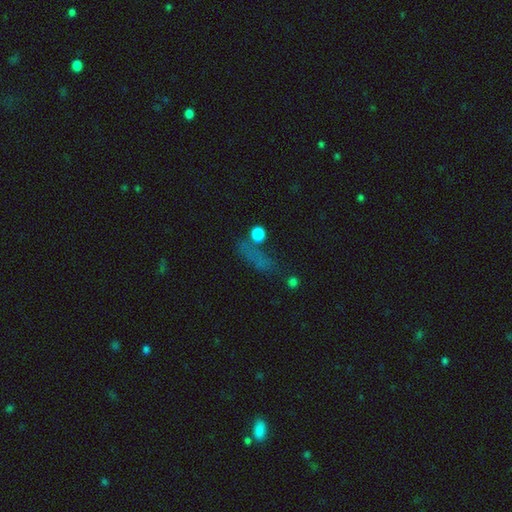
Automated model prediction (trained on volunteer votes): smooth-or-featured: smooth: 44% | star or artifact: 40% | featured or disk: 16%
  merging: none: 48% | major disturbance: 22% | minor disturbance: 16% | merger: 13%